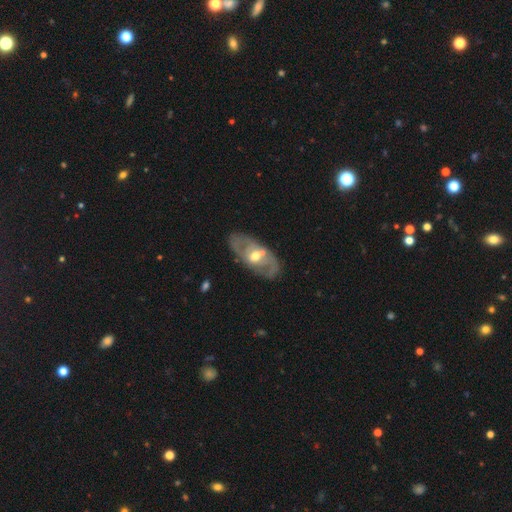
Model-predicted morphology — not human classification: Overall: featured or disk (70%). Edge-on disk: no (90%). Bar: no (60%; weak 30%). Spiral arms: yes (51%; no 49%). Bulge size: moderate (73%). Merging: none (72%).